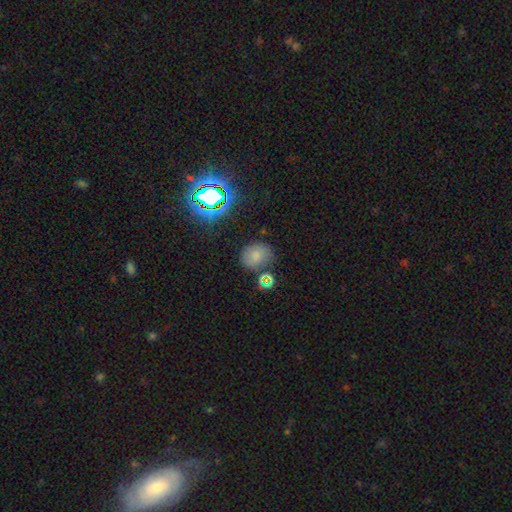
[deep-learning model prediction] This is likely a smooth galaxy (72%). How rounded: possibly in between (54%). Merging: likely none (72%).